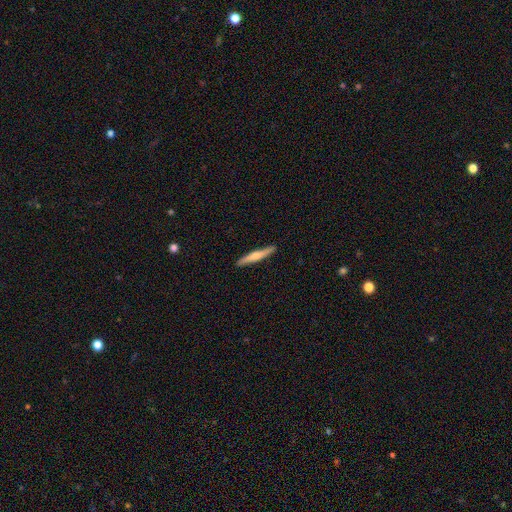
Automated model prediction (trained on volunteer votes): A smooth galaxy with no disk features (48%). Merging: none (90%).